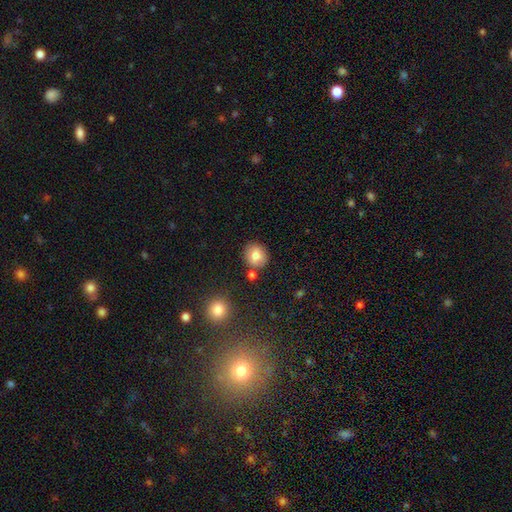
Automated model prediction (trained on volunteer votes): Smooth or featured?
  - smooth: 81% *
  - star or artifact: 9%
  - featured or disk: 9%
How rounded?
  - round: 78% *
  - in between: 21%
  - cigar-shaped: 1%
Merging?
  - none: 79% *
  - minor disturbance: 11%
  - merger: 8%
  - major disturbance: 3%